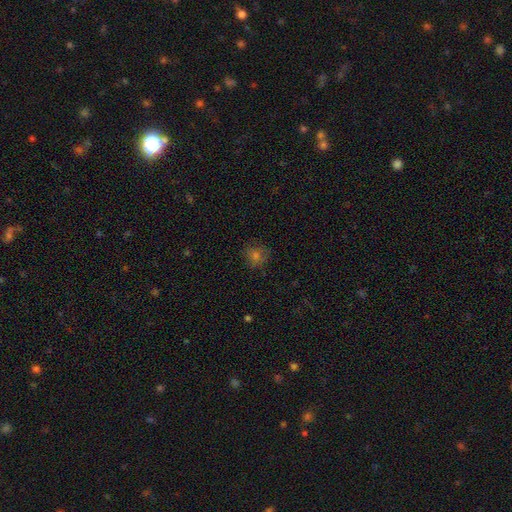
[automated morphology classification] A smooth galaxy with no disk features (67%) that is round (87%). Merging: none (82%).